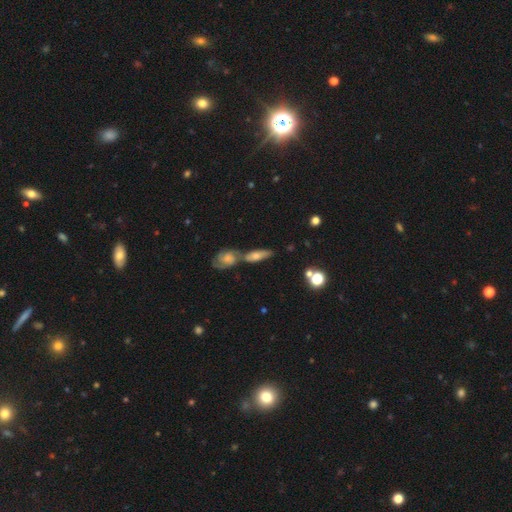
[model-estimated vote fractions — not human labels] smooth-or-featured: smooth: 44% (tied) | featured or disk: 44% (tied) | star or artifact: 12%
  merging: none: 45% | merger: 41% | minor disturbance: 11% | major disturbance: 4%